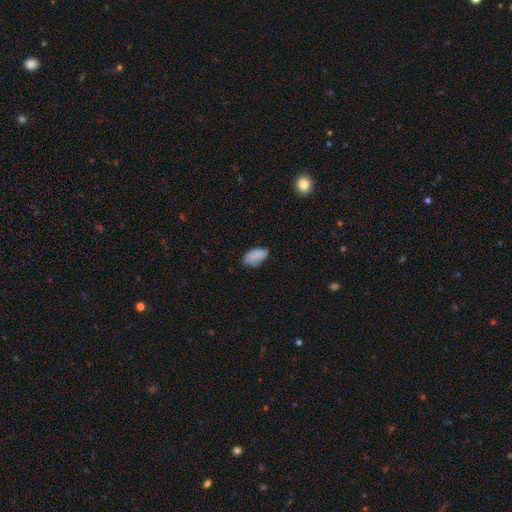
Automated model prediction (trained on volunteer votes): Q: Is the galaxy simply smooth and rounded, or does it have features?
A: smooth — 84%.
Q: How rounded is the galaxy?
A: in between — 94%.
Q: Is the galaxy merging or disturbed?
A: none — 66%.